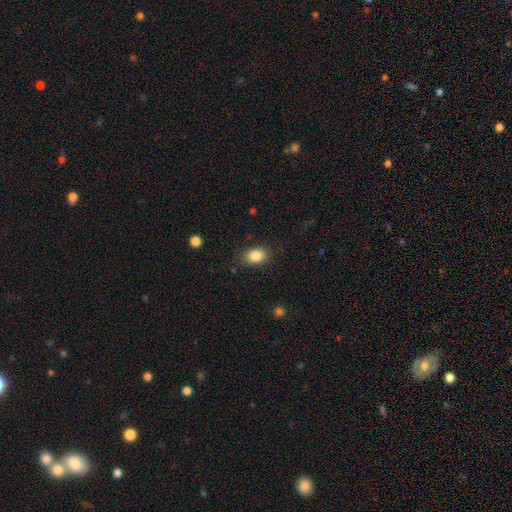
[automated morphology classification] Smooth or featured? Predicted: smooth (p=0.86). How rounded? Predicted: in between (p=0.76). Merging? Predicted: none (p=0.83).